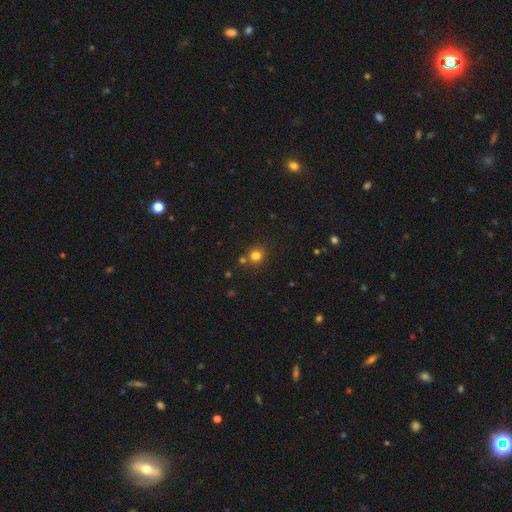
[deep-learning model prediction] smooth_or_featured: smooth (p=0.79) [alt: star or artifact p=0.15]
how_rounded: round (p=0.89) [alt: in between p=0.10]
merging: none (p=0.74) [alt: merger p=0.14]